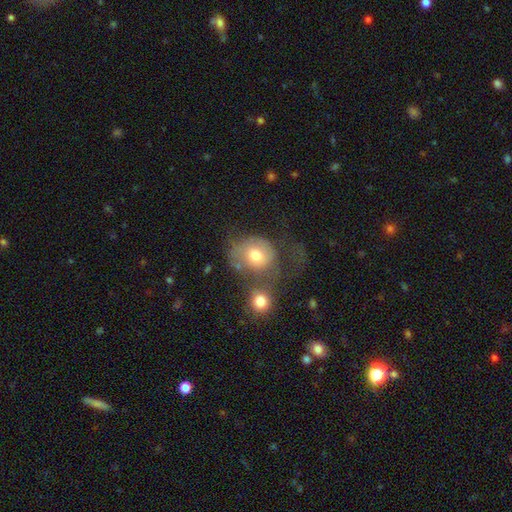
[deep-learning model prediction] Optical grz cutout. It shows a smooth galaxy with no disk features (63%) that is round (67%). Merging: merger (41%).